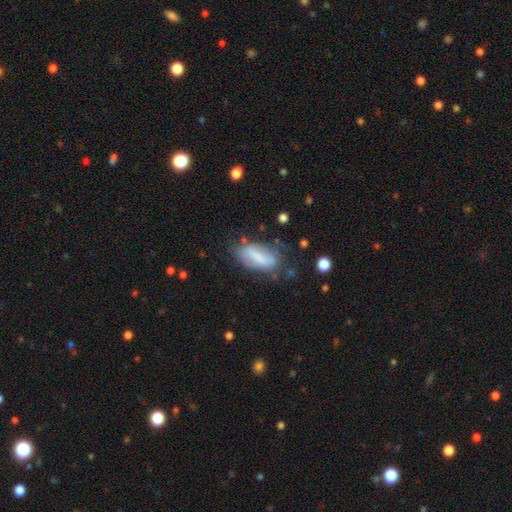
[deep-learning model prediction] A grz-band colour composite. It shows a smooth galaxy with no disk features (67%) that is in between round and cigar-shaped (82%). Merging: none (56%).